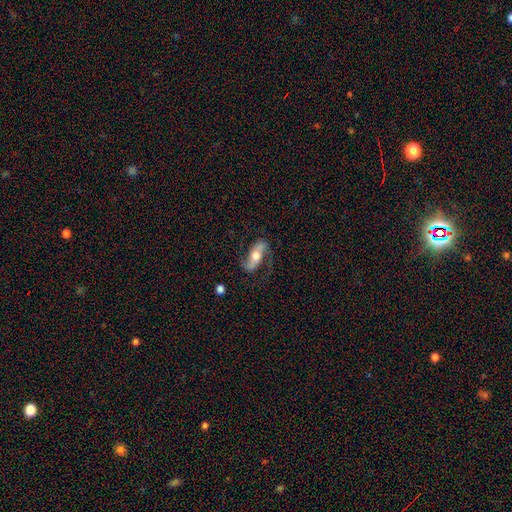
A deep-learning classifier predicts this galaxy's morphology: A featured or disk galaxy (71%) with a strong bar (39%), 2 (90%) loose (57%) spiral arms (90%) and a moderate central bulge (66%). Merging: none (70%).